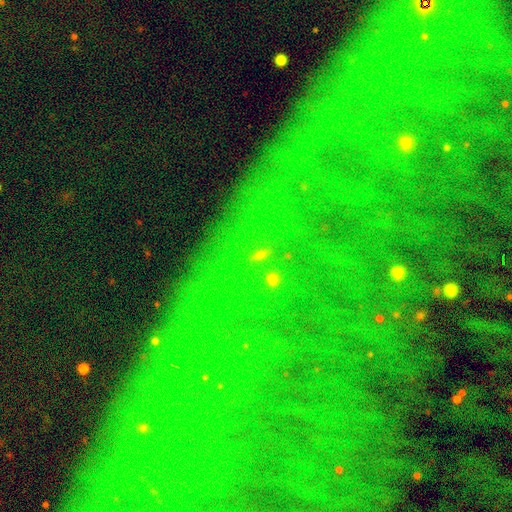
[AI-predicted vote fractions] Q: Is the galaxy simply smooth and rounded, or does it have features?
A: star or artifact — 84%.